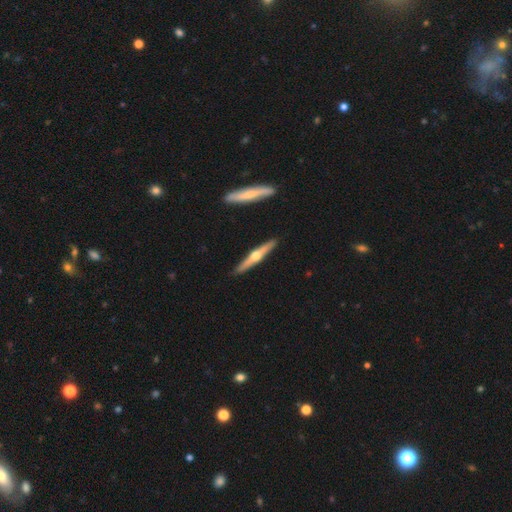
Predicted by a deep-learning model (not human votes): Overall: featured or disk (70%). Edge-on disk: yes (97%). Edge-on bulge: rounded (94%). Merging: none (90%).